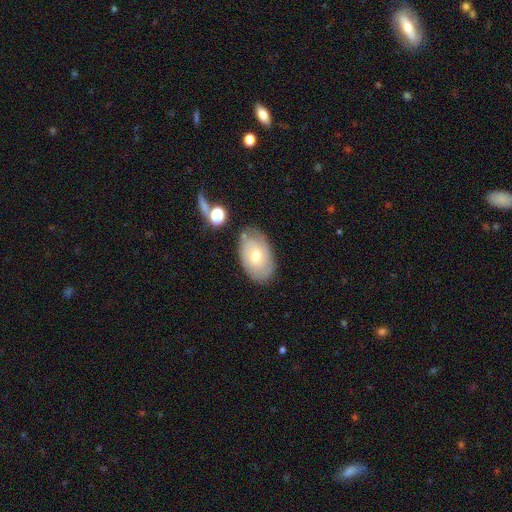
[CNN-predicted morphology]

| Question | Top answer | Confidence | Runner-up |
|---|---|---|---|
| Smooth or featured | smooth | 50% | featured or disk (42%) |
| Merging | none | 73% | minor disturbance (18%) |